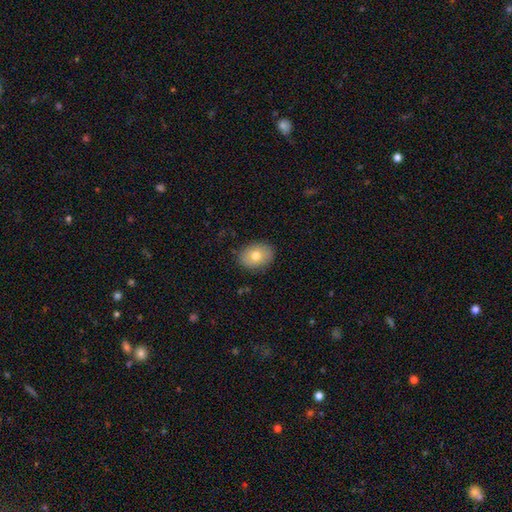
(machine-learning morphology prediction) smooth_or_featured: smooth (p=0.75) [alt: featured or disk p=0.16]
how_rounded: in between (p=0.66) [alt: round p=0.34]
merging: none (p=0.86) [alt: minor disturbance p=0.11]